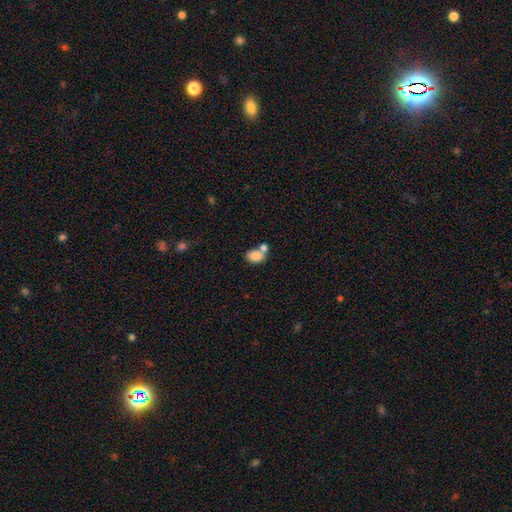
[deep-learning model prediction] smooth 84%, star or artifact 8%, featured or disk 8%. Down the decision tree: how rounded — in between (79%); merging — merger (44%).